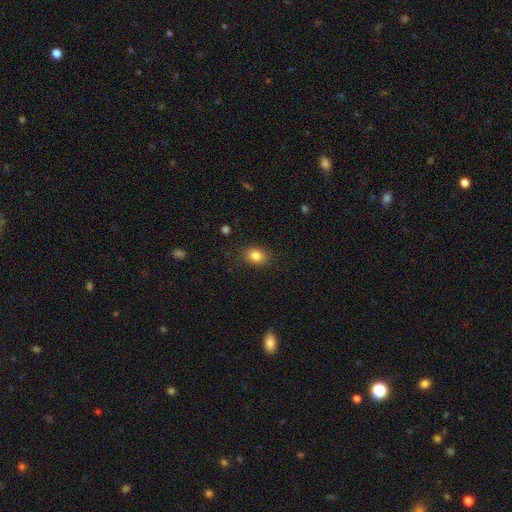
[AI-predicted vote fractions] Smooth or featured: smooth — 84% (star or artifact — 10%)
How rounded: in between — 58% (round — 41%)
Merging: none — 84% (minor disturbance — 11%)